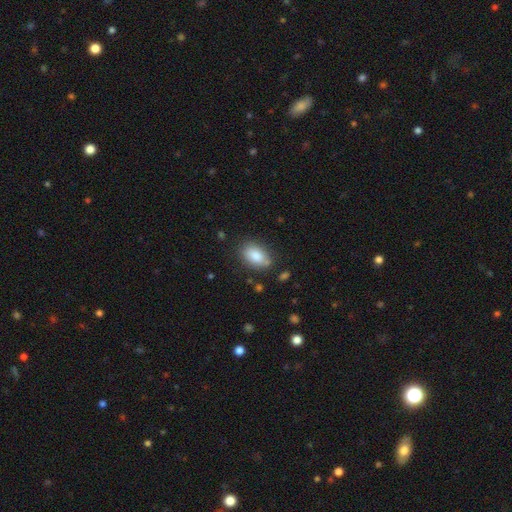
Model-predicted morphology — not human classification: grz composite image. It shows a smooth galaxy with no disk features (84%) that is in between round and cigar-shaped (89%). Merging: none (76%).